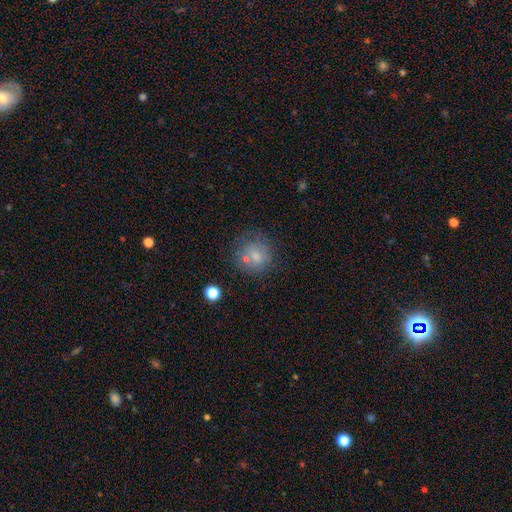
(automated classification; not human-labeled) A smooth galaxy with no disk features (60%) that is round (87%). Merging: none (69%).